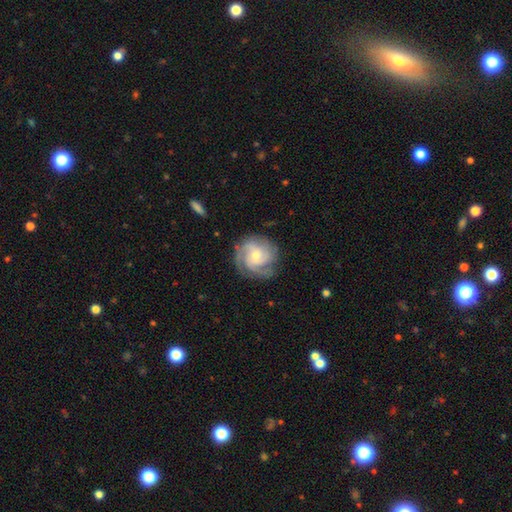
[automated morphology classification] Smooth or featured? Predicted: featured or disk (p=0.85). Edge-on disk? Predicted: no (p=0.98). Bar? Predicted: no (p=0.68). Spiral arms? Predicted: yes (p=0.97). Spiral winding? Predicted: tight (p=0.60). Spiral arm count? Predicted: 3 (p=0.48). Bulge size? Predicted: small (p=0.55). Merging? Predicted: none (p=0.77).